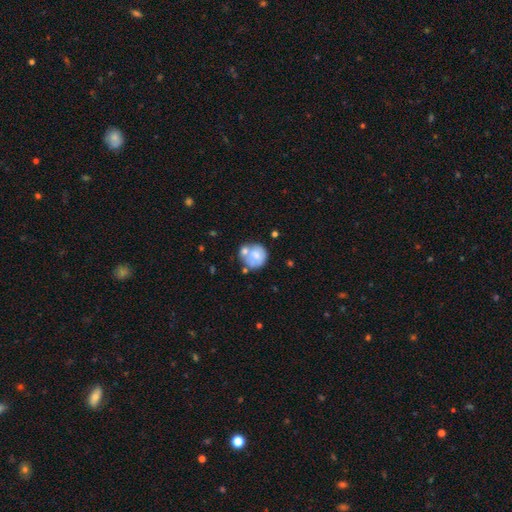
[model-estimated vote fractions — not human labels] A smooth galaxy with no disk features (63%) that is round (83%).

Vote fractions:
- Smooth or featured? smooth: 63% / featured or disk: 29% / star or artifact: 7%
- How rounded? round: 83% / in between: 16% / cigar-shaped: 1%
- Merging? none: 43% / merger: 29% / minor disturbance: 19% / major disturbance: 9%